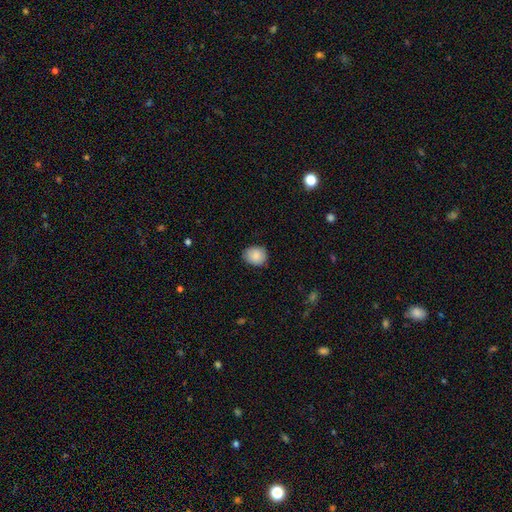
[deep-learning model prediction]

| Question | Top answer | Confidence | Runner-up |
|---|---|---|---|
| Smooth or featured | smooth | 88% | star or artifact (7%) |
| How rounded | round | 65% | in between (34%) |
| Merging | none | 82% | minor disturbance (14%) |